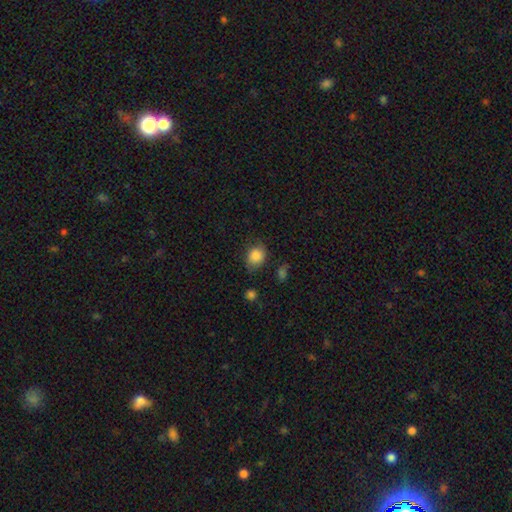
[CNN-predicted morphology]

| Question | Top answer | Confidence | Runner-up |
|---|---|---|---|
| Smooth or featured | smooth | 85% | star or artifact (9%) |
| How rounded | round | 51% | in between (48%) |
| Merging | none | 68% | minor disturbance (23%) |